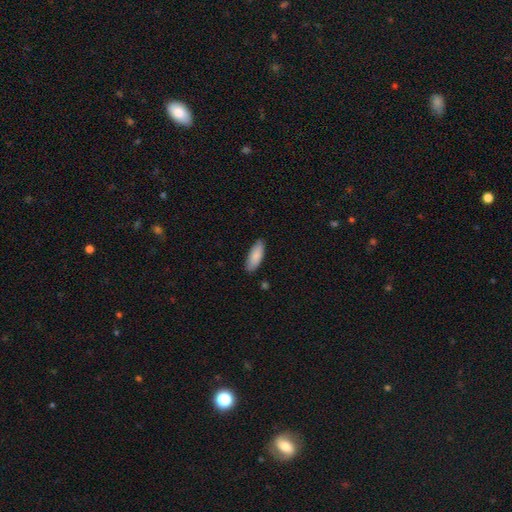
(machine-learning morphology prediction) A smooth galaxy with no disk features (87%) that is in between round and cigar-shaped (74%). Merging: none (85%).